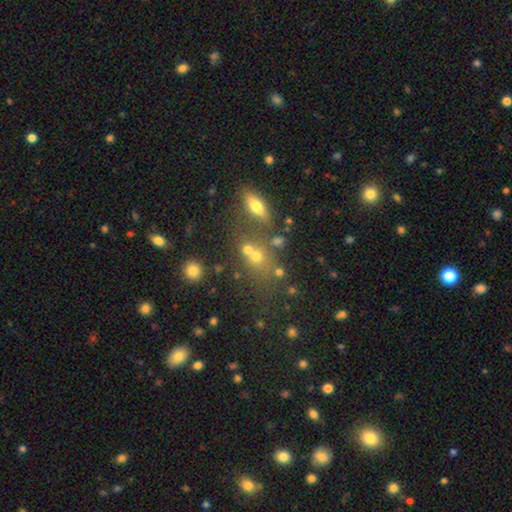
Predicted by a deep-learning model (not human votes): A smooth galaxy with no disk features (62%) that is round (65%). Merging: none (47%).